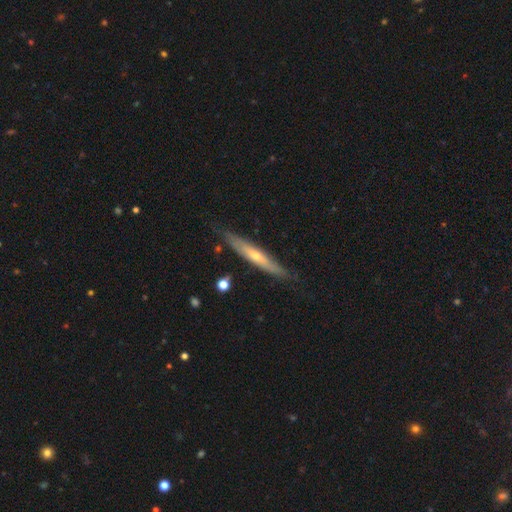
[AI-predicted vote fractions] This is possibly a featured or disk galaxy (59%). It is clearly viewed edge-on (85%). Merging: likely none (79%).